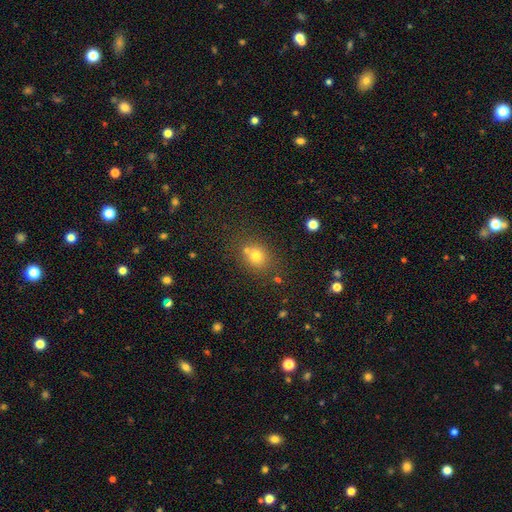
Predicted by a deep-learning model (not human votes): smooth 73%, star or artifact 17%, featured or disk 11%. Down the decision tree: how rounded — round (72%); merging — none (65%).